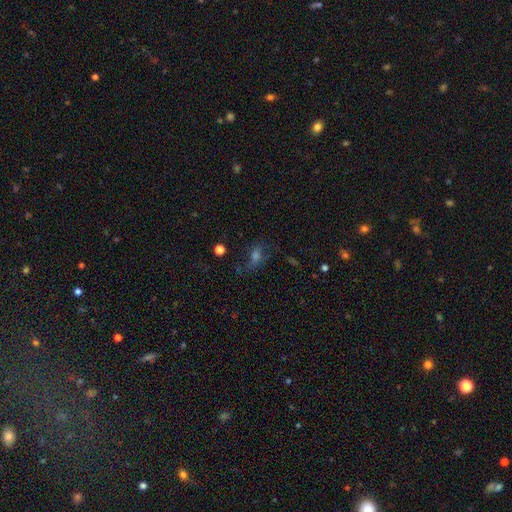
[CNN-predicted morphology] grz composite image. It shows a smooth galaxy with no disk features (42%). Merging: none (61%).